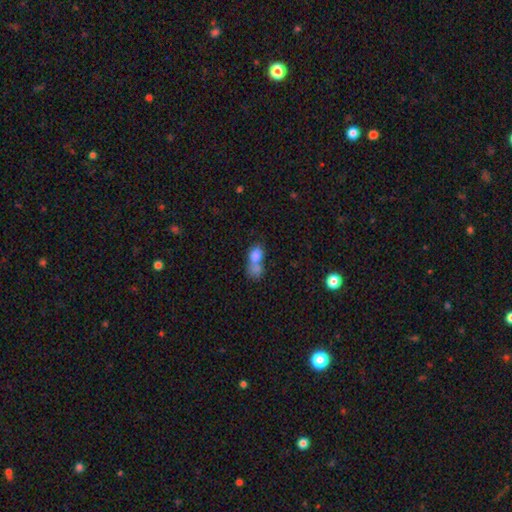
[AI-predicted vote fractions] Smooth or featured? Predicted: smooth (p=0.78). How rounded? Predicted: in between (p=0.69). Merging? Predicted: merger (p=0.66).